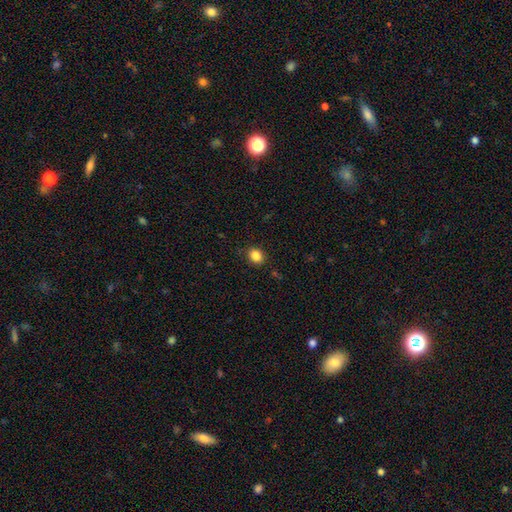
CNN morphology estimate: Smooth or featured: smooth — 86% (star or artifact — 10%)
How rounded: in between — 50% (round — 49%)
Merging: none — 86% (minor disturbance — 10%)